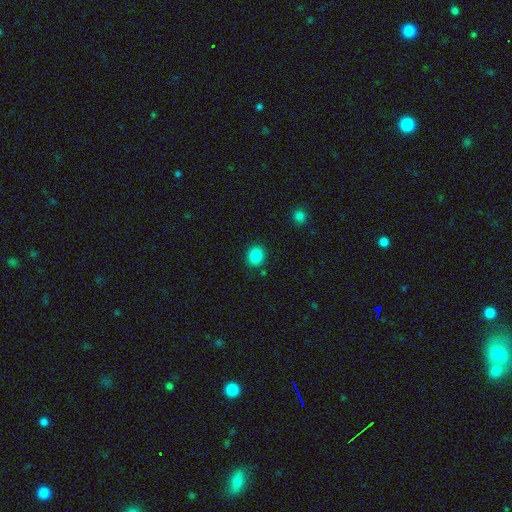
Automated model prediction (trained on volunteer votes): Smooth or featured? Predicted: smooth (p=0.86). How rounded? Predicted: round (p=0.75). Merging? Predicted: none (p=0.87).